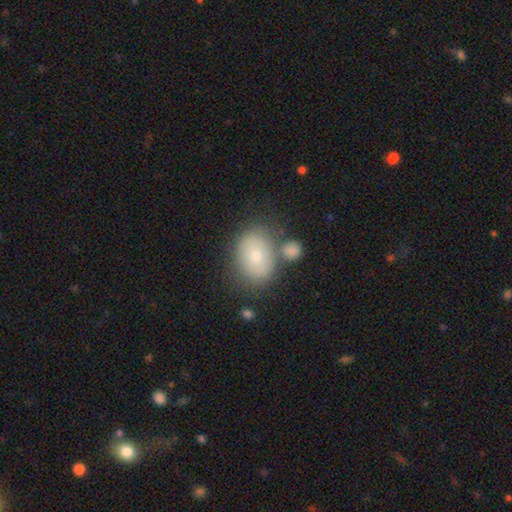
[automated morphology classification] smooth-or-featured: smooth: 73% | featured or disk: 19% | star or artifact: 8%
  how-rounded: in between: 74% | round: 25% | cigar-shaped: 1%
  merging: none: 61% | minor disturbance: 17% | merger: 16% | major disturbance: 6%